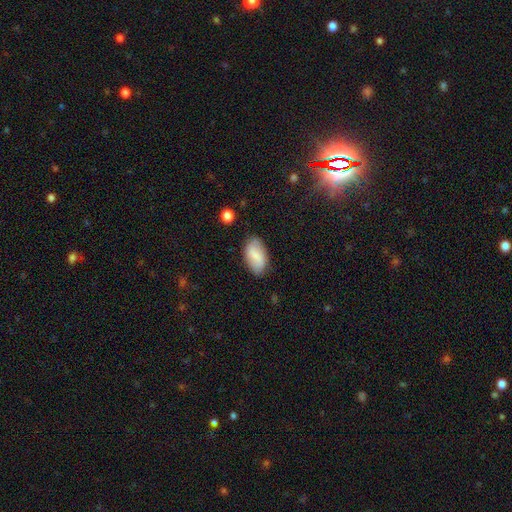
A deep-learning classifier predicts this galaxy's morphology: Smooth or featured? Predicted: smooth (p=0.75). How rounded? Predicted: in between (p=0.94). Merging? Predicted: none (p=0.80).